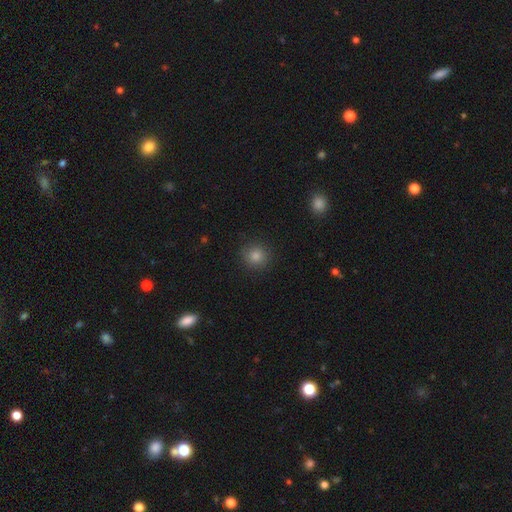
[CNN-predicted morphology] This is clearly a smooth galaxy (81%). How rounded: clearly round (93%). Merging: clearly none (91%).